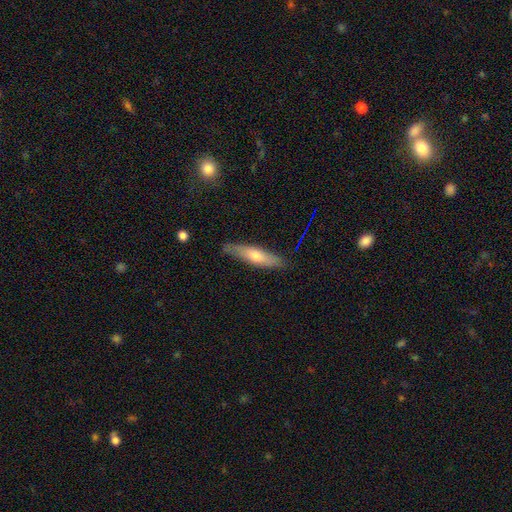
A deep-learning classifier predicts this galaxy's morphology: Overall: smooth (57%; featured or disk 37%). How rounded: cigar-shaped (77%). Merging: none (81%).